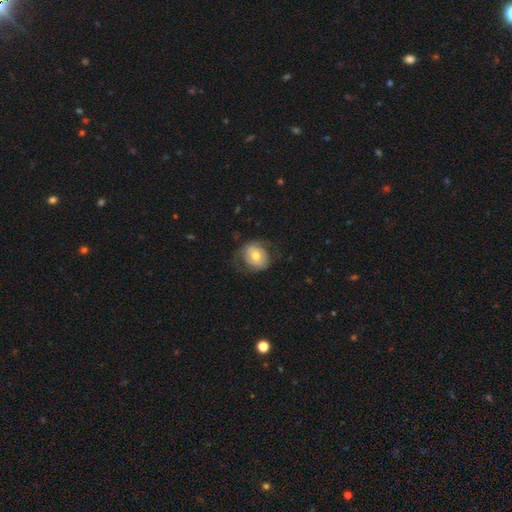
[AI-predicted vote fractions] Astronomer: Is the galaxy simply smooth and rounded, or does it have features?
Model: smooth — 57% (runner-up: featured or disk, 36%).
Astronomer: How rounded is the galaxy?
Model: round — 61% (runner-up: in between, 38%).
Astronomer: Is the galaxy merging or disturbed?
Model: none — 63%.